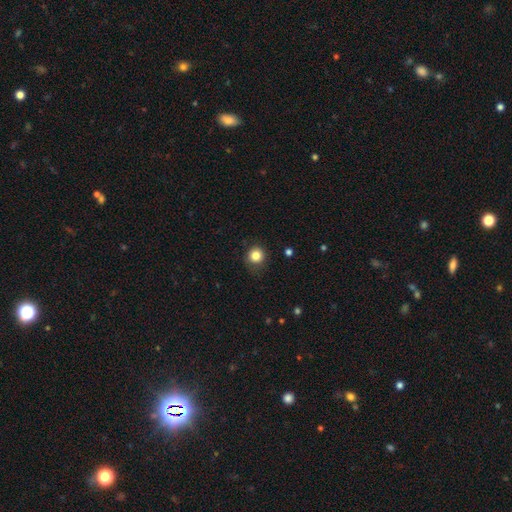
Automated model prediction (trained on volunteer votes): A smooth galaxy with no disk features (83%) that is round (92%).

Vote fractions:
- Smooth or featured? smooth: 83% / star or artifact: 12% / featured or disk: 5%
- How rounded? round: 92% / in between: 7% / cigar-shaped: 1%
- Merging? none: 84% / minor disturbance: 12% / major disturbance: 3% / merger: 1%